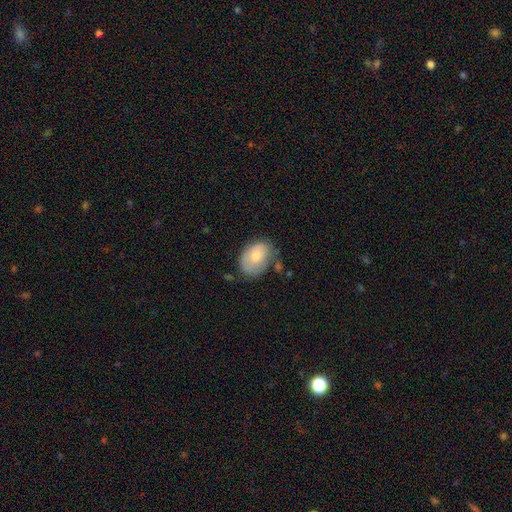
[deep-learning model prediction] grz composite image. It shows a smooth galaxy with no disk features (71%) that is in between round and cigar-shaped (79%). Merging: none (53%).